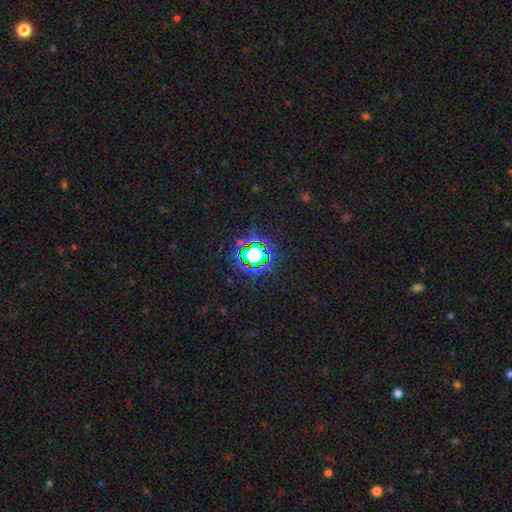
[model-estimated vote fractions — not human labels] This appears to be a star or artifact, not a galaxy (73%).